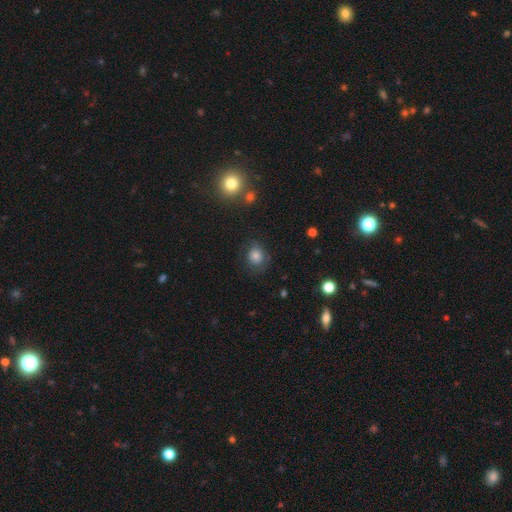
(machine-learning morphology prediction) A smooth galaxy with no disk features (73%) that is round (76%). Merging: none (69%).